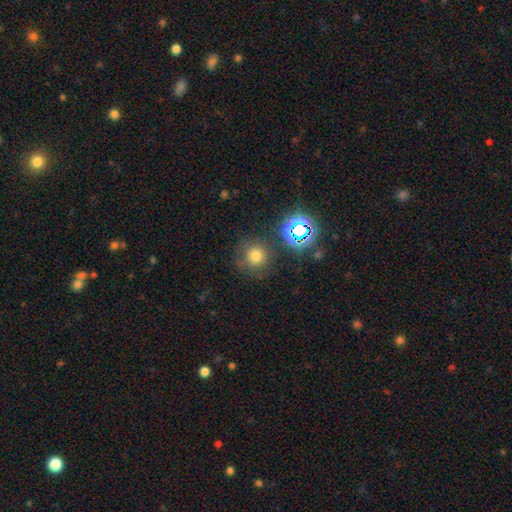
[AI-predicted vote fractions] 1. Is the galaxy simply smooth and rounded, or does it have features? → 70% smooth, 21% star or artifact, 9% featured or disk.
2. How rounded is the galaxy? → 93% round, 6% in between, 1% cigar-shaped.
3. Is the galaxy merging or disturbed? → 77% none, 12% minor disturbance, 6% major disturbance, 4% merger.